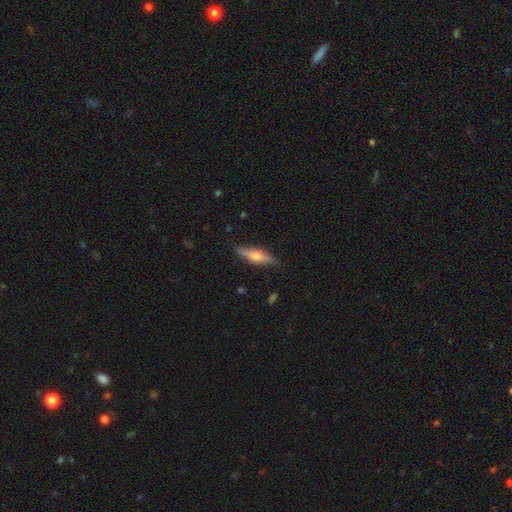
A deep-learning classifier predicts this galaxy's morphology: Overall: featured or disk (56%; smooth 37%). Edge-on disk: yes (93%). Edge-on bulge: rounded (82%). Merging: none (85%).